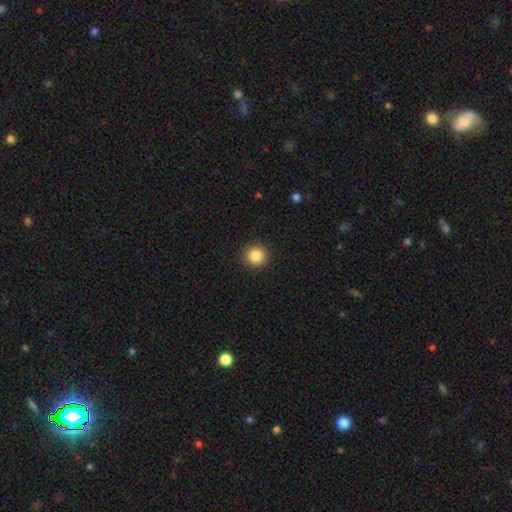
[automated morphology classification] smooth-or-featured: smooth: 86% | star or artifact: 10% | featured or disk: 4%
  how-rounded: round: 95% | in between: 4% | cigar-shaped: 1%
  merging: none: 92% | minor disturbance: 5% | major disturbance: 2% | merger: 1%